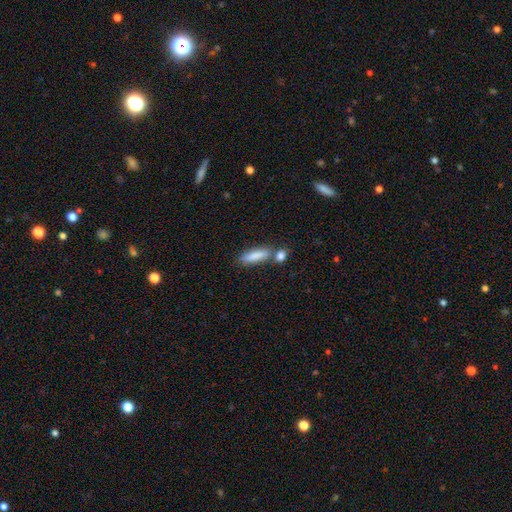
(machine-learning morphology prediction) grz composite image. It shows a smooth galaxy with no disk features (83%) that is cigar-shaped (55%). Merging: none (61%).